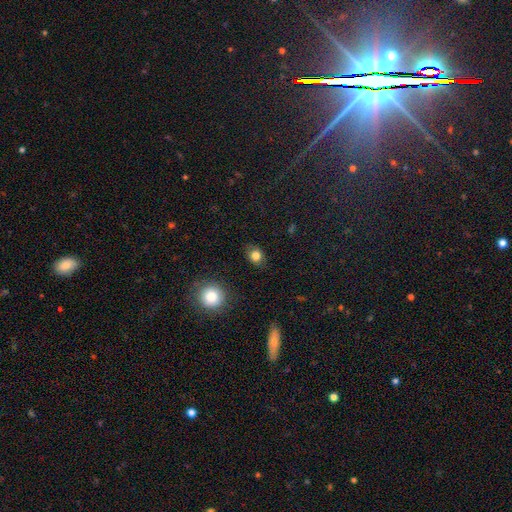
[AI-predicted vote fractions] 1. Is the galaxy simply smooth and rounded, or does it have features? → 80% smooth, 12% star or artifact, 8% featured or disk.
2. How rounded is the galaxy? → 50% round, 49% in between, 1% cigar-shaped.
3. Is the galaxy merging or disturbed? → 81% none, 14% minor disturbance, 3% major disturbance, 1% merger.